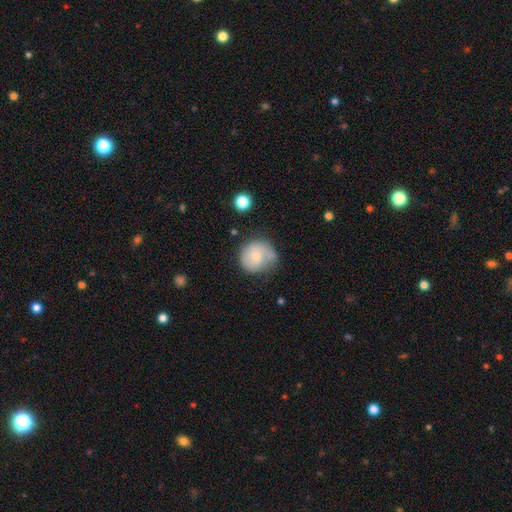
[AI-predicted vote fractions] Overall: smooth (52%; featured or disk 41%). How rounded: round (85%). Merging: none (53%; minor disturbance 30%).